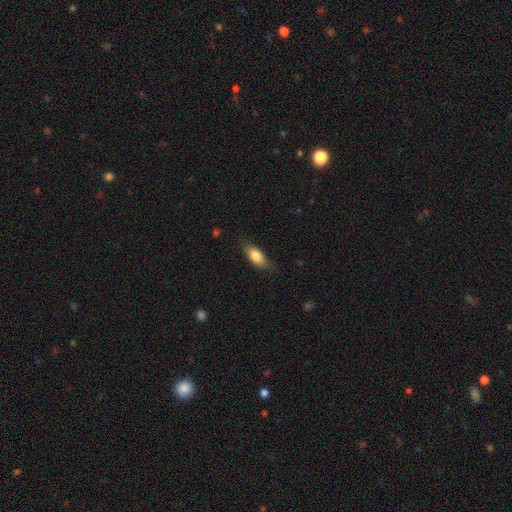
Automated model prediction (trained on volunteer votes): Overall: smooth (84%). How rounded: in between (86%). Merging: none (78%).